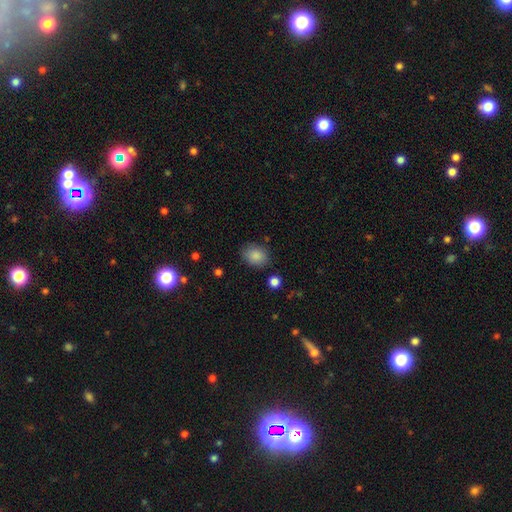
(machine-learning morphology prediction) type=smooth (87%); roundness=in between (57%); merging=none (81%).